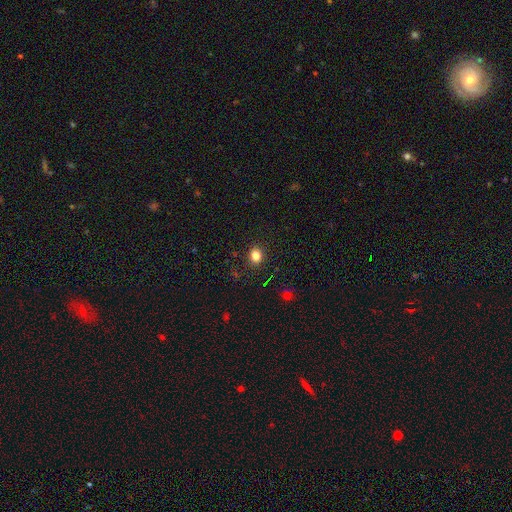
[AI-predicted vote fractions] This is clearly a smooth galaxy (83%). How rounded: likely round (61%). Merging: clearly none (89%).